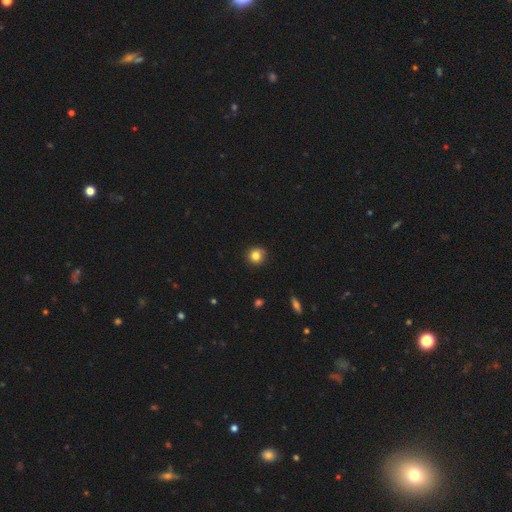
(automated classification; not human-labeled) Smooth or featured?
  - smooth: 82% *
  - star or artifact: 11%
  - featured or disk: 6%
How rounded?
  - round: 91% *
  - in between: 8%
  - cigar-shaped: 1%
Merging?
  - none: 87% *
  - minor disturbance: 10%
  - major disturbance: 2%
  - merger: 1%